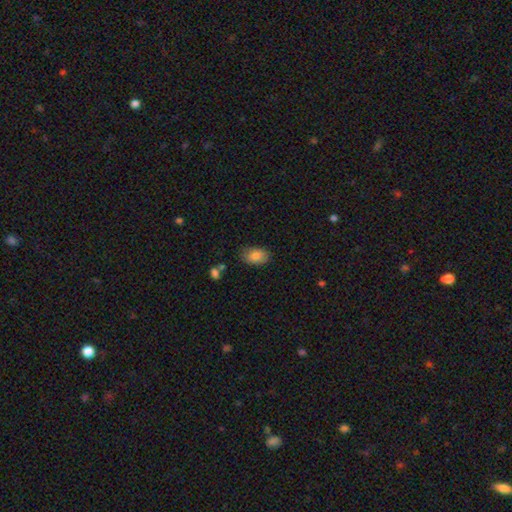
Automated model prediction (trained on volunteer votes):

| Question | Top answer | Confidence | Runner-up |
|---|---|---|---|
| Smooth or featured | smooth | 85% | featured or disk (8%) |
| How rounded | in between | 88% | round (10%) |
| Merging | none | 78% | minor disturbance (16%) |